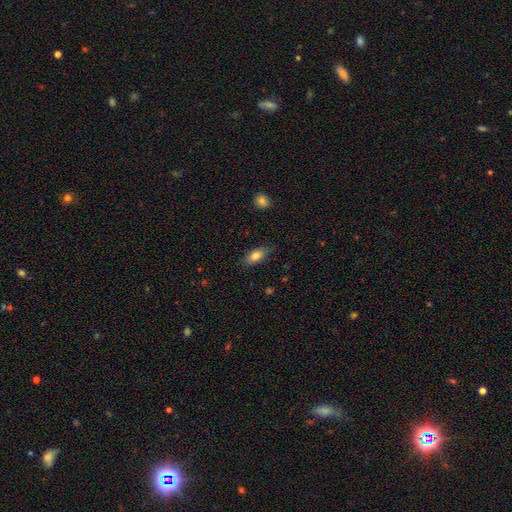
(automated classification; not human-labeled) smooth-or-featured: smooth: 81% | featured or disk: 12% | star or artifact: 8%
  how-rounded: in between: 86% | cigar-shaped: 10% | round: 4%
  merging: none: 81% | minor disturbance: 15% | major disturbance: 3% | merger: 1%